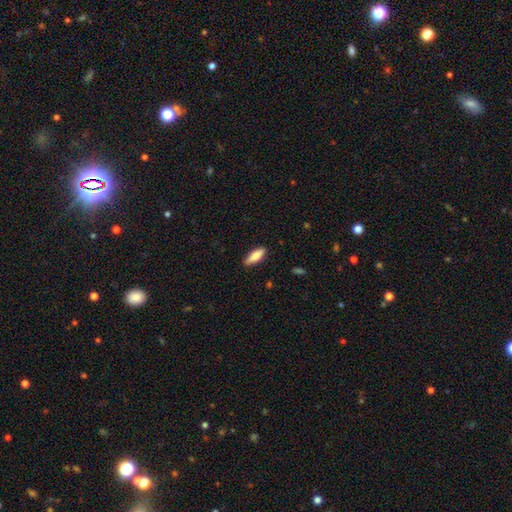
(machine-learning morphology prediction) type=smooth (67%); roundness=in between (57%); merging=none (88%).